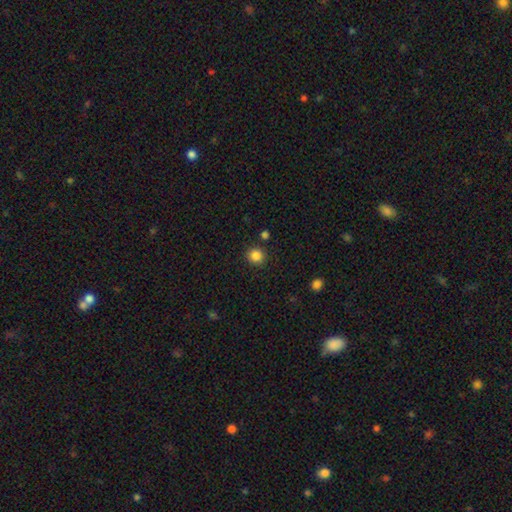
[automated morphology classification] The model was most divided on "smooth or featured": smooth: 86%, star or artifact: 11%, featured or disk: 4%. More confident: how rounded — round (89%); merging — none (88%).